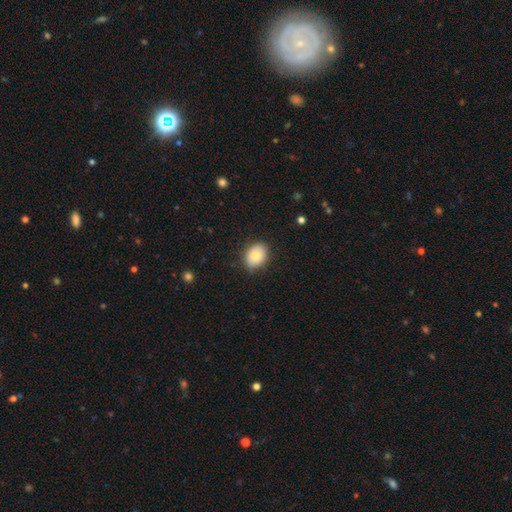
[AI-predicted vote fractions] This is clearly a smooth galaxy (84%). How rounded: likely in between (73%). Merging: clearly none (83%).